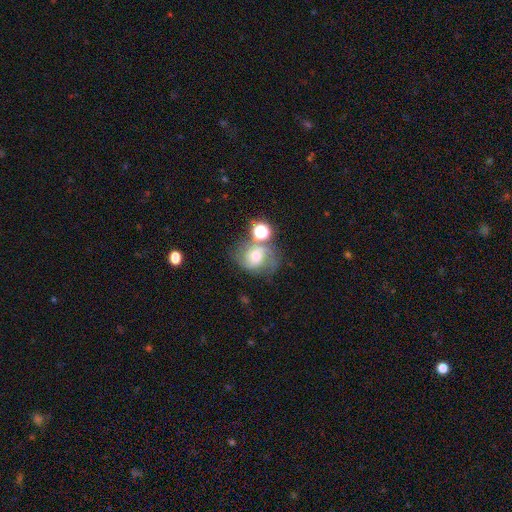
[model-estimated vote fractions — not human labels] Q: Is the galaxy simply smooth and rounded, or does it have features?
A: featured or disk — 60%.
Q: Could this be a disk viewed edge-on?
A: no — 97%.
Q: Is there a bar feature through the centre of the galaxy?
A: no — 59%.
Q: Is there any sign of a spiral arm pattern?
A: yes — 88%.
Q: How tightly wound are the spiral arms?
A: medium — 49%.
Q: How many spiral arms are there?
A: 2 — 70%.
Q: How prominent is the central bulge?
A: moderate — 57%.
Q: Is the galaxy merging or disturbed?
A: none — 47%.